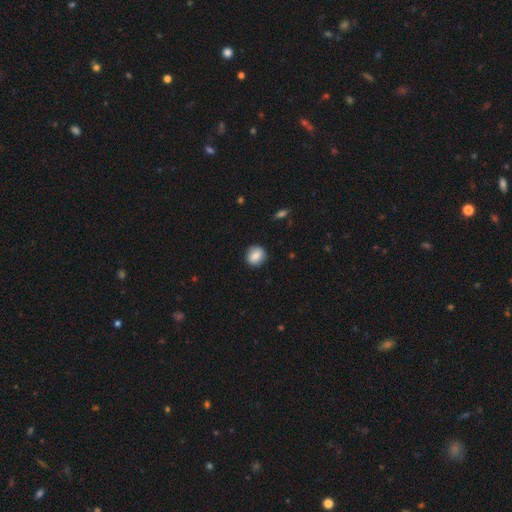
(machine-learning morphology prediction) A smooth galaxy with no disk features (82%) that is round (85%). Merging: none (88%).